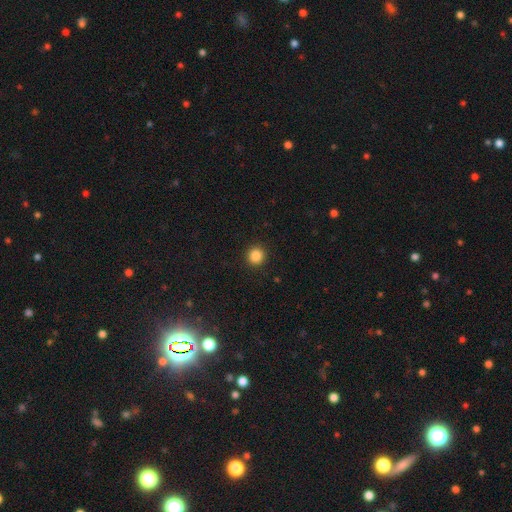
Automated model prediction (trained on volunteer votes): smooth 86%, star or artifact 11%, featured or disk 3%. Down the decision tree: how rounded — round (93%); merging — none (92%).